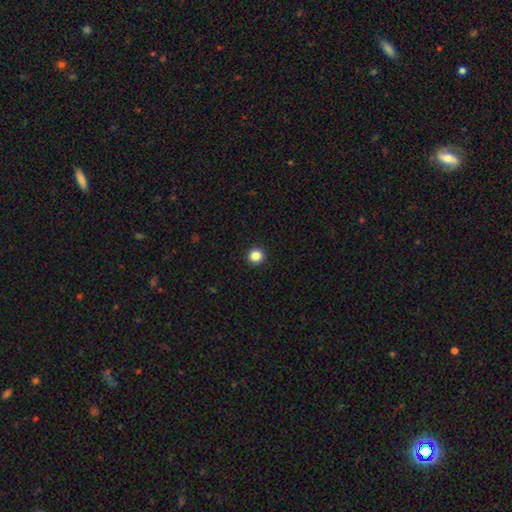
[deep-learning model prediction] smooth 86%, star or artifact 11%, featured or disk 3%. Down the decision tree: how rounded — round (95%); merging — none (94%).